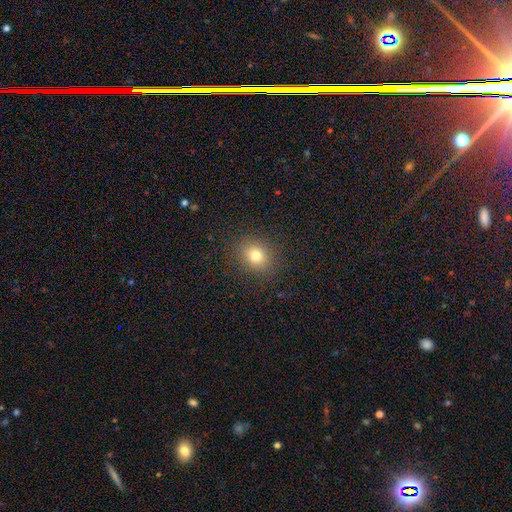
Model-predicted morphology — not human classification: smooth-or-featured: smooth: 77% | star or artifact: 15% | featured or disk: 8%
  how-rounded: round: 62% | in between: 37% | cigar-shaped: 1%
  merging: none: 87% | minor disturbance: 8% | major disturbance: 3% | merger: 1%